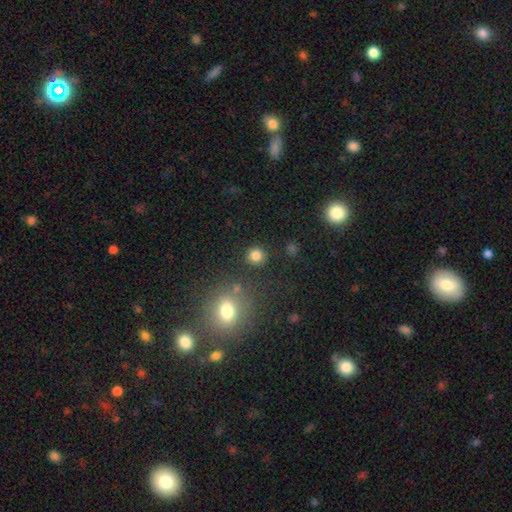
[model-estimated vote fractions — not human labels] The model was most divided on "smooth or featured": smooth: 82%, star or artifact: 13%, featured or disk: 5%. More confident: how rounded — round (91%); merging — none (87%).